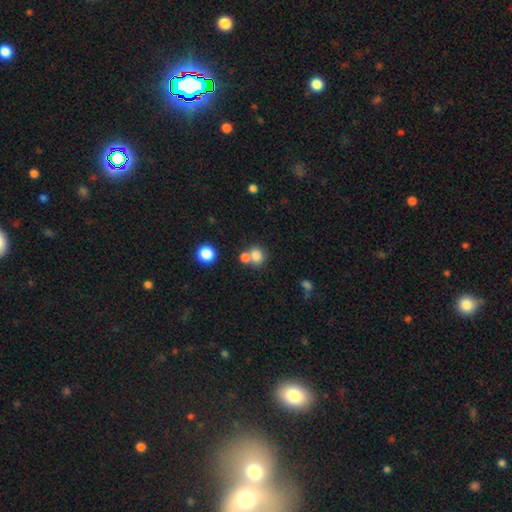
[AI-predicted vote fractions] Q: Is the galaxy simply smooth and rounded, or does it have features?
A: smooth — 79%.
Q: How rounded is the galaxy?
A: round — 76%.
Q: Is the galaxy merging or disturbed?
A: none — 47%.